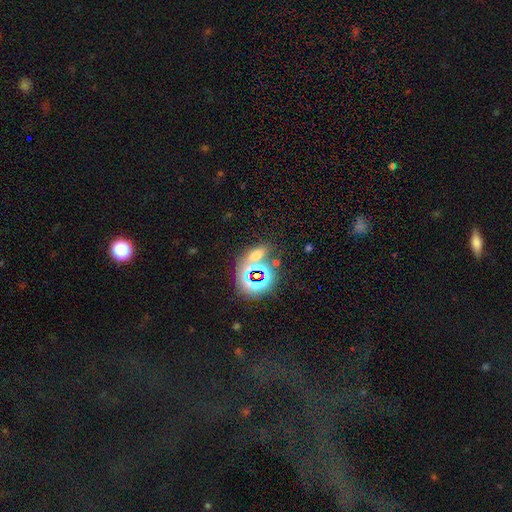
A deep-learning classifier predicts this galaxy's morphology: A smooth galaxy with no disk features (46%). Merging: none (57%).